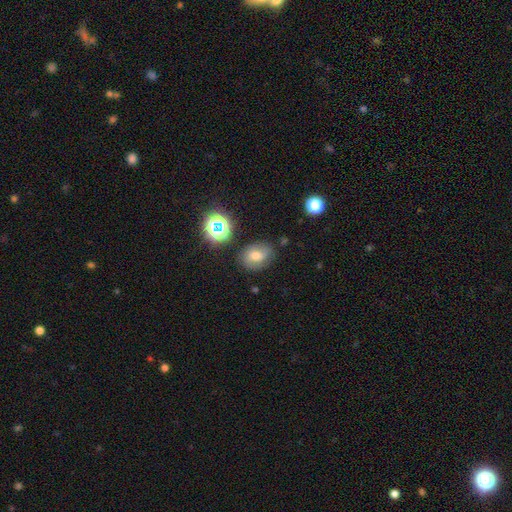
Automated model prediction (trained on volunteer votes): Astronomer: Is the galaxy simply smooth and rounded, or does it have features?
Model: smooth — 47% (runner-up: featured or disk, 34%).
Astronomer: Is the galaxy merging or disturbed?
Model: none — 71%.